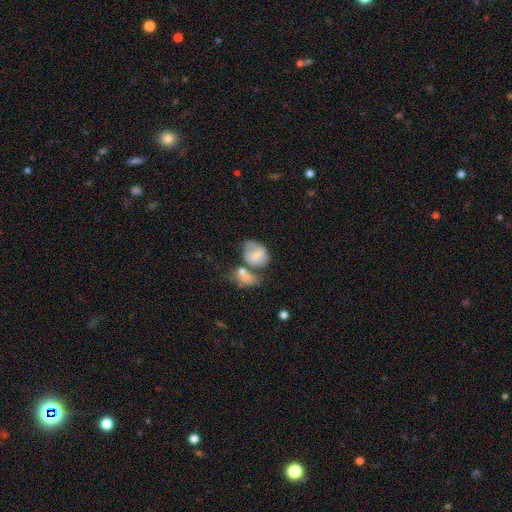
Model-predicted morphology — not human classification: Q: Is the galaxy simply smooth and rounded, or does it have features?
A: smooth — 62%.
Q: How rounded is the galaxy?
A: in between — 58%.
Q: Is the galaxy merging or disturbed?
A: merger — 48%.